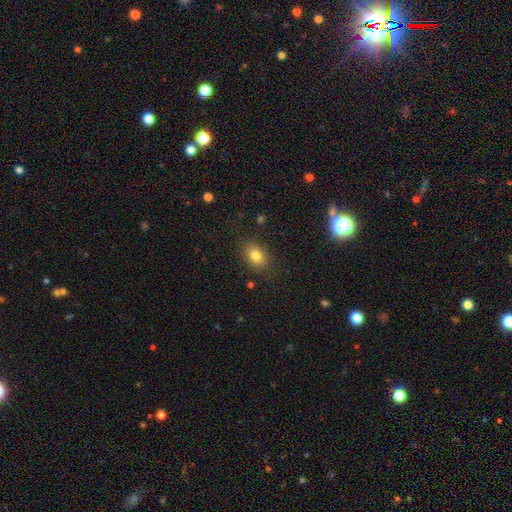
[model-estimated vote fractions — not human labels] A smooth galaxy with no disk features (80%) that is in between round and cigar-shaped (75%).

Vote fractions:
- Smooth or featured? smooth: 80% / star or artifact: 11% / featured or disk: 9%
- How rounded? in between: 75% / round: 24% / cigar-shaped: 1%
- Merging? none: 84% / minor disturbance: 11% / major disturbance: 3% / merger: 1%